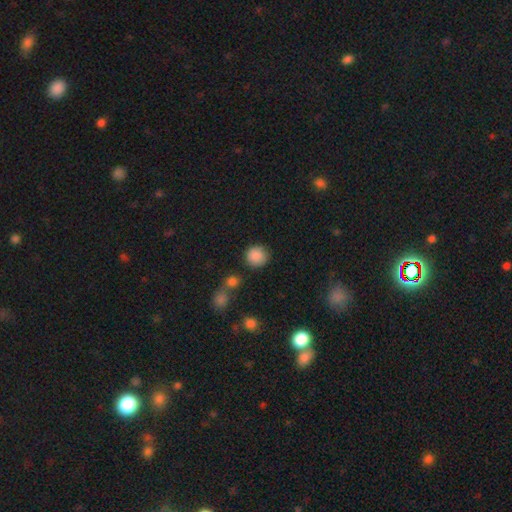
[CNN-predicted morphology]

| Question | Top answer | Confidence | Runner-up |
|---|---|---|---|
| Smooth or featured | smooth | 87% | star or artifact (9%) |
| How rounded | round | 91% | in between (8%) |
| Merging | none | 82% | minor disturbance (10%) |